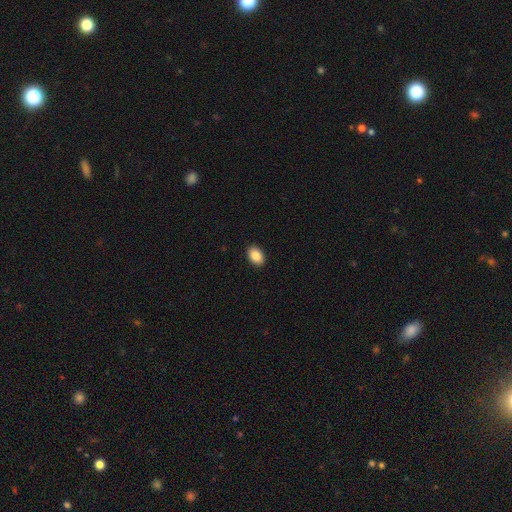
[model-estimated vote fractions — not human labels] Overall: smooth (88%). How rounded: in between (88%). Merging: none (91%).